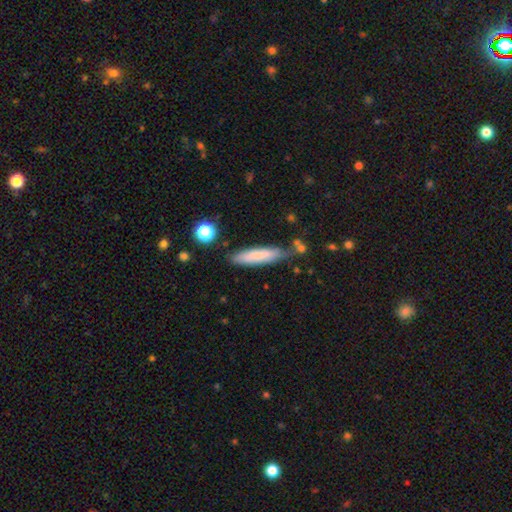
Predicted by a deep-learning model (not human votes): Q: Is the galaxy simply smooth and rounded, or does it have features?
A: smooth — 73%.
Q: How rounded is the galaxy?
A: cigar-shaped — 82%.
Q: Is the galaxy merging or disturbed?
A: none — 73%.